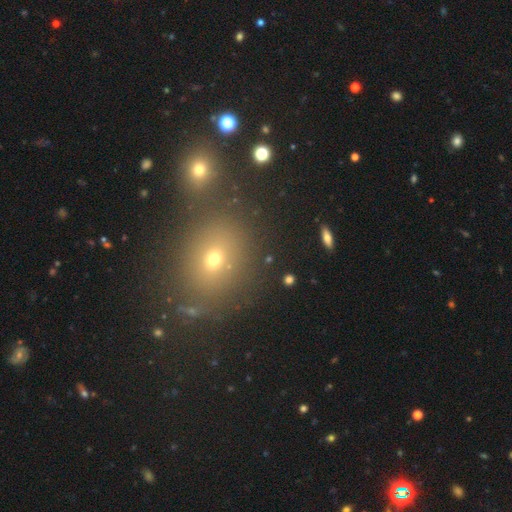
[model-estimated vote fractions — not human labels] smooth 49%, star or artifact 38%, featured or disk 12%. Down the decision tree: merging — none (76%).